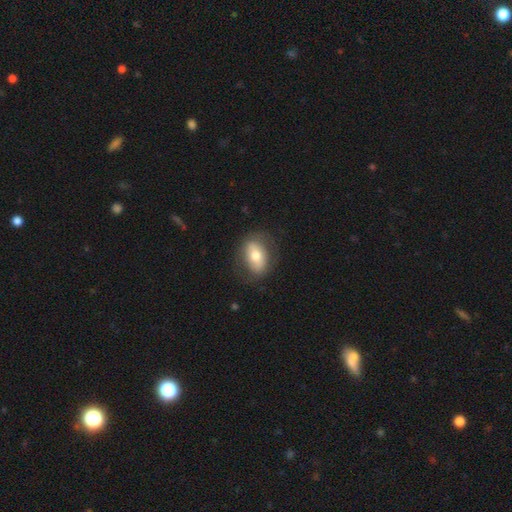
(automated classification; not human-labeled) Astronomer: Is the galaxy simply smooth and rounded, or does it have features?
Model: smooth — 63%.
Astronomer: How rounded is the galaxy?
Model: in between — 83%.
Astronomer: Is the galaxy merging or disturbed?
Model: none — 79%.